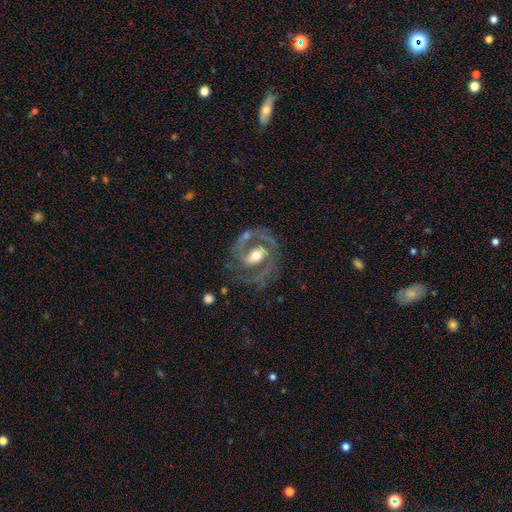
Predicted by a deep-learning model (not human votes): Smooth or featured: featured or disk — 86% (smooth — 8%)
Edge-on disk: no — 97% (yes — 3%)
Bar: weak — 41% (no — 31%)
Spiral arms: yes — 92% (no — 8%)
Spiral winding: medium — 54% (tight — 32%)
Spiral arm count: 2 — 82% (can't tell — 5%)
Bulge size: moderate — 70% (small — 17%)
Merging: none — 67% (minor disturbance — 18%)